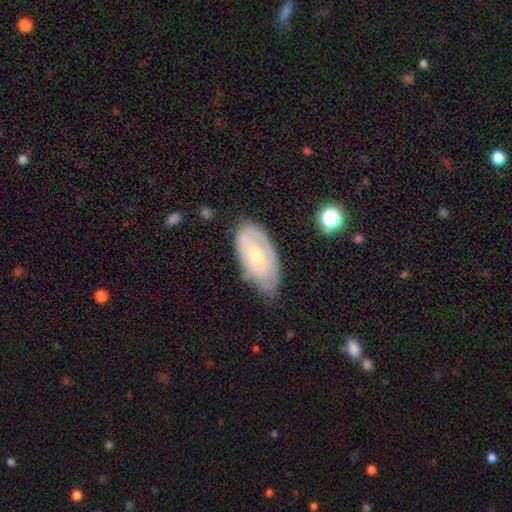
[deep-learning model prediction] Morphology: type=featured or disk (56%); edge-on=no (90%); bar=no (65%); spiral arms=yes (54%); bulge=small (52%); merging=none (59%).